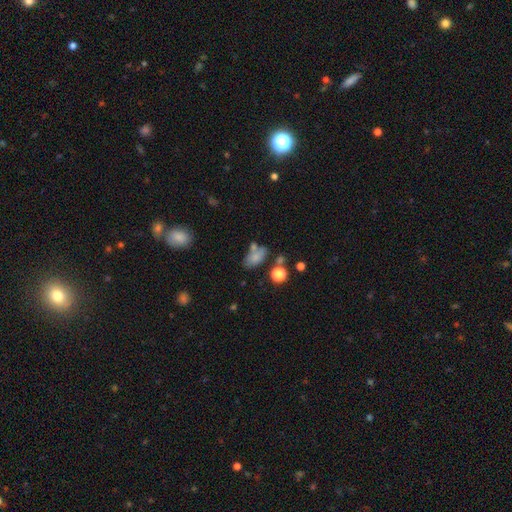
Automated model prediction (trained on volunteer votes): Smooth or featured?
  - smooth: 73% *
  - featured or disk: 16%
  - star or artifact: 12%
How rounded?
  - in between: 87% *
  - round: 9%
  - cigar-shaped: 4%
Merging?
  - none: 47% *
  - merger: 23%
  - minor disturbance: 20%
  - major disturbance: 10%